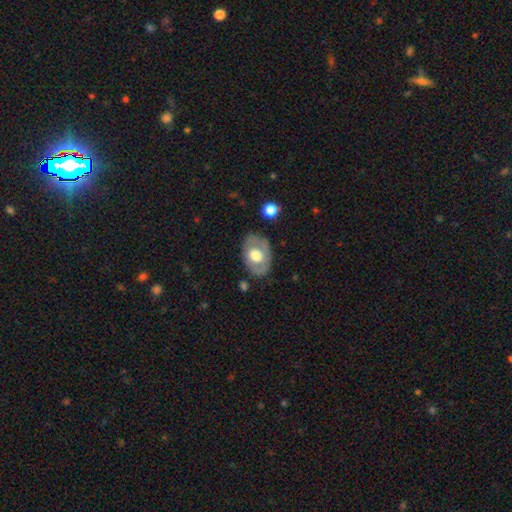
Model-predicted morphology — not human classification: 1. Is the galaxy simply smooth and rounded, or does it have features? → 49% smooth, 45% featured or disk, 6% star or artifact.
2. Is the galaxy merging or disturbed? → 75% none, 17% minor disturbance, 6% major disturbance, 2% merger.